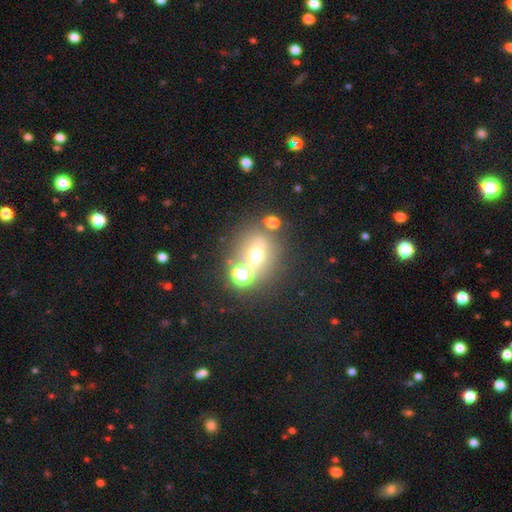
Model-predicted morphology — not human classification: A smooth galaxy with no disk features (49%). Merging: none (46%).